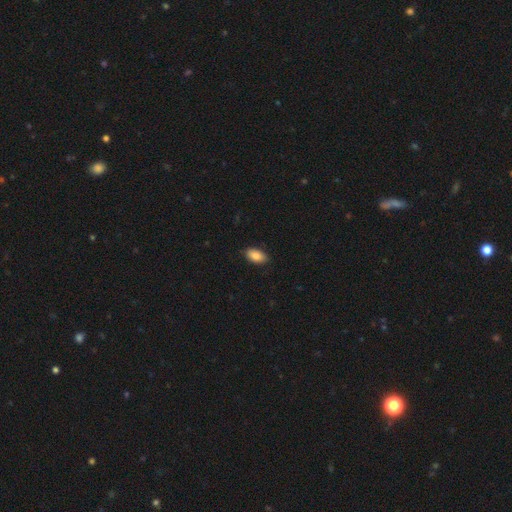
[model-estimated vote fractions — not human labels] Smooth or featured? Predicted: smooth (p=0.85). How rounded? Predicted: in between (p=0.93). Merging? Predicted: none (p=0.87).